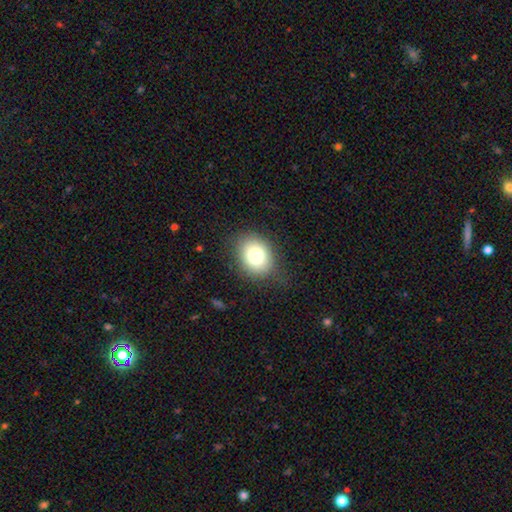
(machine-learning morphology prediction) Q: Smooth or featured?
A: smooth (78%); runner-up: featured or disk (12%)
Q: How rounded?
A: in between (51%); runner-up: round (48%)
Q: Merging?
A: none (80%); runner-up: minor disturbance (14%)